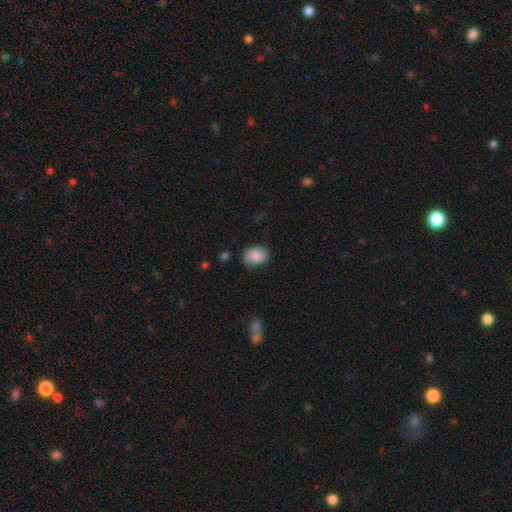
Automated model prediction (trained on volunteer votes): smooth_or_featured: smooth (p=0.82) [alt: featured or disk p=0.11]
how_rounded: in between (p=0.71) [alt: round p=0.28]
merging: none (p=0.72) [alt: minor disturbance p=0.21]